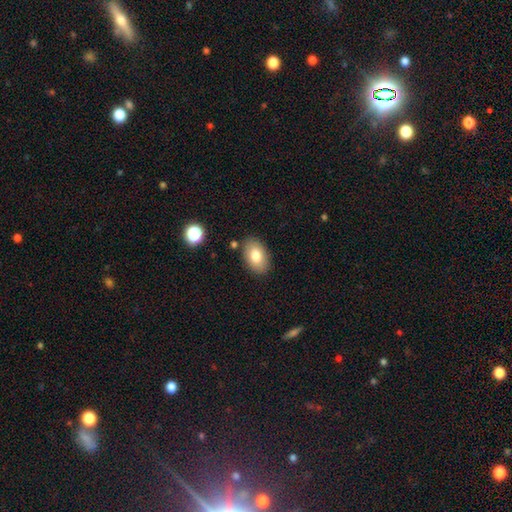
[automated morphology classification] The model was most divided on "smooth or featured": smooth: 80%, featured or disk: 12%, star or artifact: 8%. More confident: how rounded — in between (90%); merging — none (84%).